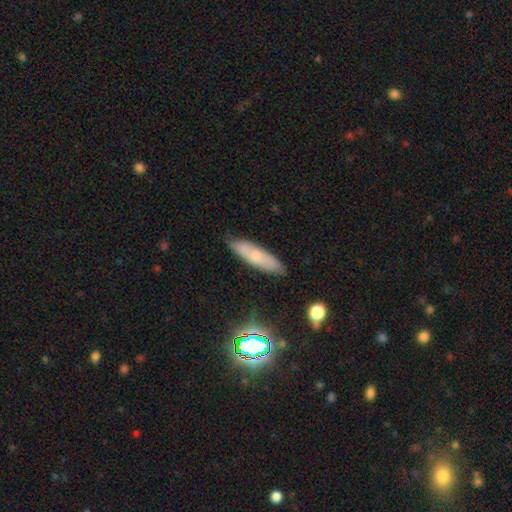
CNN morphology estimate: A smooth galaxy with no disk features (57%) that is cigar-shaped (61%). Merging: none (79%).